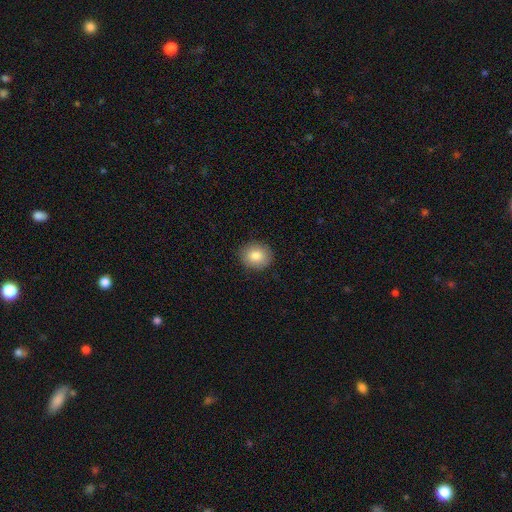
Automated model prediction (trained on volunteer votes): Overall: smooth (85%). How rounded: round (73%). Merging: none (88%).